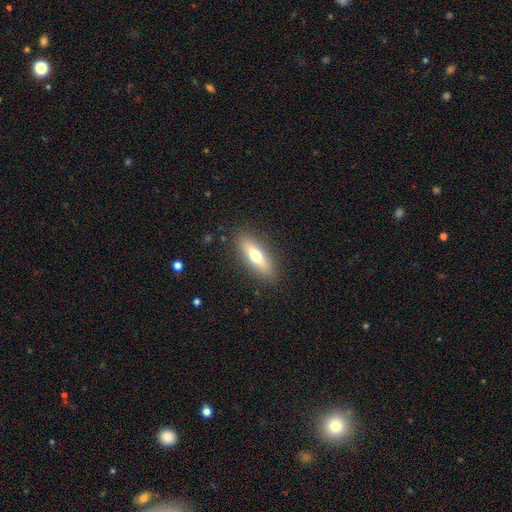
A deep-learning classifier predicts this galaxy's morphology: Q: Smooth or featured?
A: smooth (60%); runner-up: featured or disk (33%)
Q: How rounded?
A: cigar-shaped (52%); runner-up: in between (45%)
Q: Merging?
A: none (88%); runner-up: minor disturbance (9%)